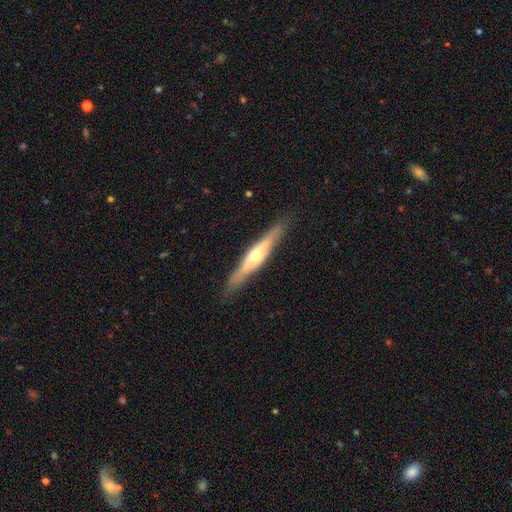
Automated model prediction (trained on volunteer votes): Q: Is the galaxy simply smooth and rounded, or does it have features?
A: featured or disk — 68%.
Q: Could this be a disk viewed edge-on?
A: yes — 94%.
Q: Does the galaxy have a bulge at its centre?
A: rounded — 88%.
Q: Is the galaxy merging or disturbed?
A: none — 87%.